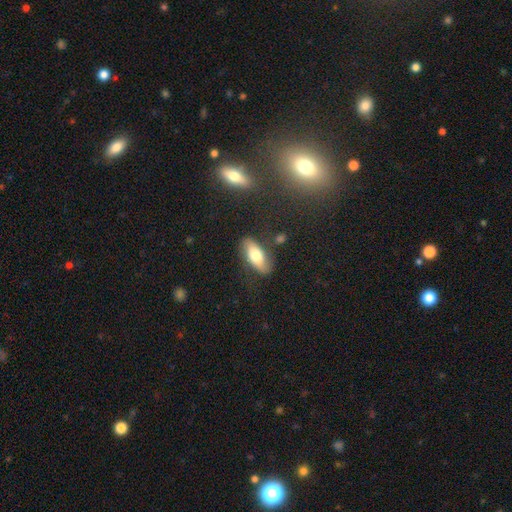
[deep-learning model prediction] A smooth galaxy with no disk features (63%) that is in between round and cigar-shaped (82%).

Vote fractions:
- Smooth or featured? smooth: 63% / featured or disk: 30% / star or artifact: 7%
- How rounded? in between: 82% / cigar-shaped: 14% / round: 3%
- Merging? none: 76% / minor disturbance: 16% / major disturbance: 5% / merger: 3%